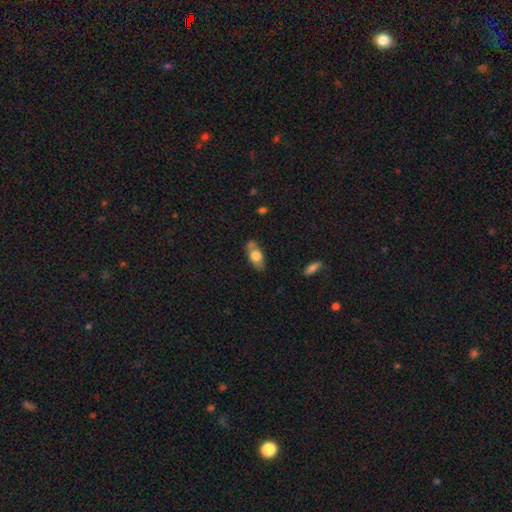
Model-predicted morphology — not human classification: Q: Smooth or featured?
A: smooth (68%); runner-up: featured or disk (25%)
Q: How rounded?
A: in between (83%); runner-up: cigar-shaped (10%)
Q: Merging?
A: none (63%); runner-up: minor disturbance (23%)